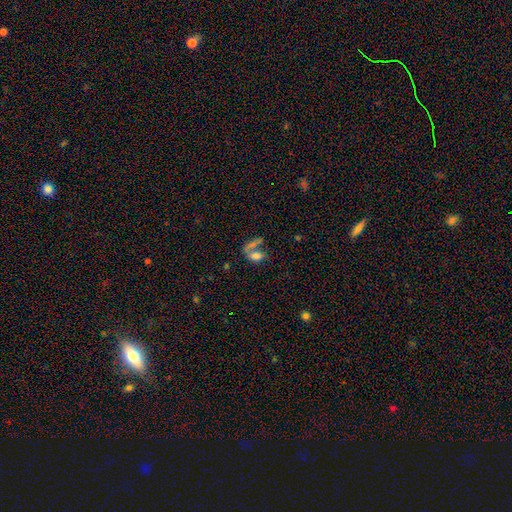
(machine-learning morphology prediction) Smooth or featured?
  - smooth: 66% *
  - featured or disk: 21%
  - star or artifact: 13%
How rounded?
  - in between: 79% *
  - cigar-shaped: 11%
  - round: 10%
Merging?
  - merger: 51% *
  - none: 27%
  - major disturbance: 12%
  - minor disturbance: 9%